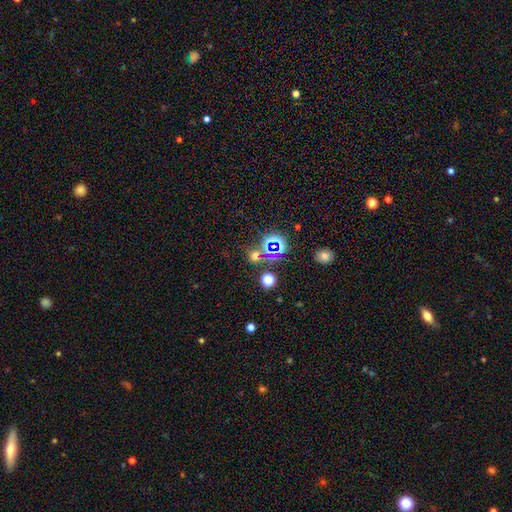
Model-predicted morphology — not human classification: smooth-or-featured: smooth: 48% | star or artifact: 45% | featured or disk: 8%
  merging: none: 73% | merger: 14% | minor disturbance: 8% | major disturbance: 5%